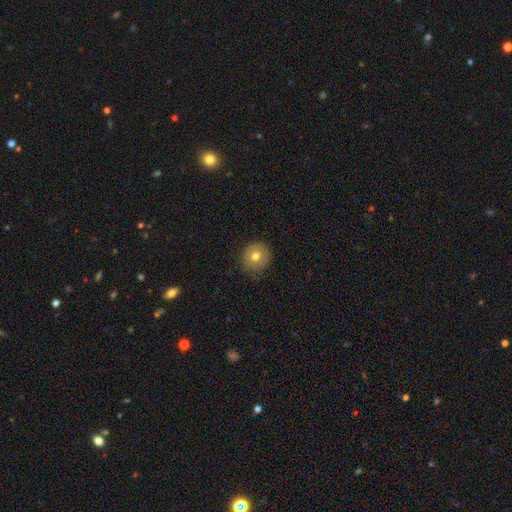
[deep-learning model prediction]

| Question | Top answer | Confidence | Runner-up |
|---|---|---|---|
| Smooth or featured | smooth | 71% | featured or disk (20%) |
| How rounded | round | 89% | in between (10%) |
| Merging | none | 81% | minor disturbance (14%) |